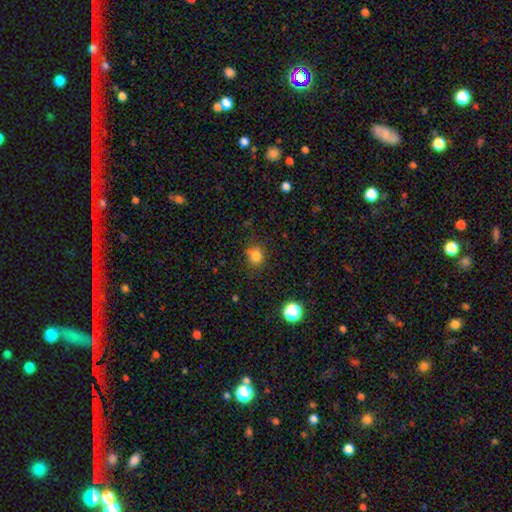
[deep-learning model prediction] Morphology: type=smooth (81%); roundness=round (77%); merging=none (77%).